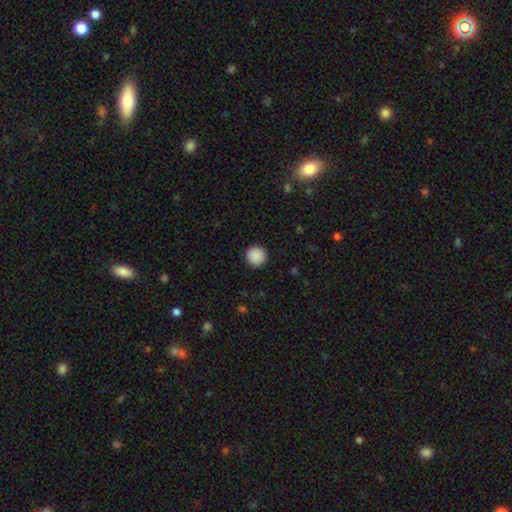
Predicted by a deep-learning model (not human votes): This is clearly a smooth galaxy (90%). How rounded: clearly round (96%). Merging: clearly none (93%).